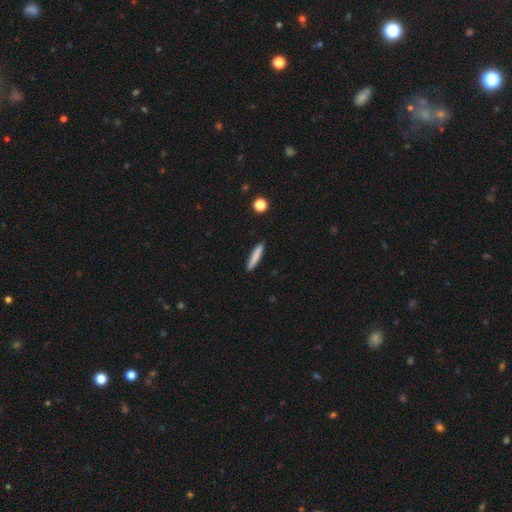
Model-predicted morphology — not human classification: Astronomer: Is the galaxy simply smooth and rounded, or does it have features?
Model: smooth — 82%.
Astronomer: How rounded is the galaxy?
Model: cigar-shaped — 91%.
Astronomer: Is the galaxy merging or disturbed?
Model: none — 90%.